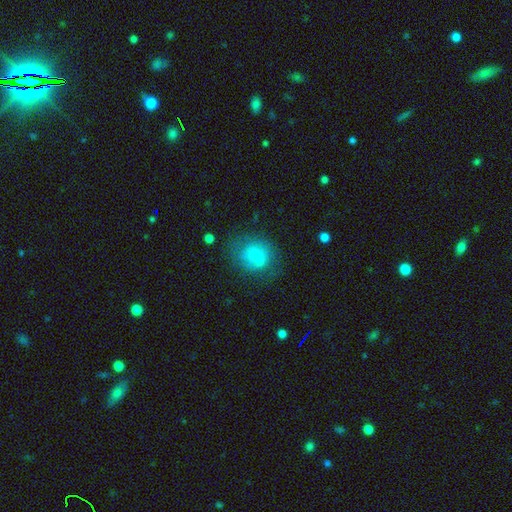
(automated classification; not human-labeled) smooth-or-featured: smooth: 69% | featured or disk: 21% | star or artifact: 10%
  how-rounded: round: 70% | in between: 29% | cigar-shaped: 1%
  merging: none: 51% | merger: 19% | minor disturbance: 19% | major disturbance: 10%